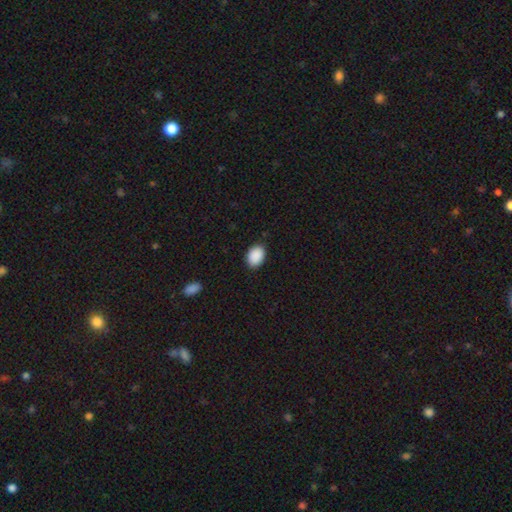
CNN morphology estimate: smooth 91%, star or artifact 7%, featured or disk 2%. Down the decision tree: how rounded — in between (78%); merging — none (87%).